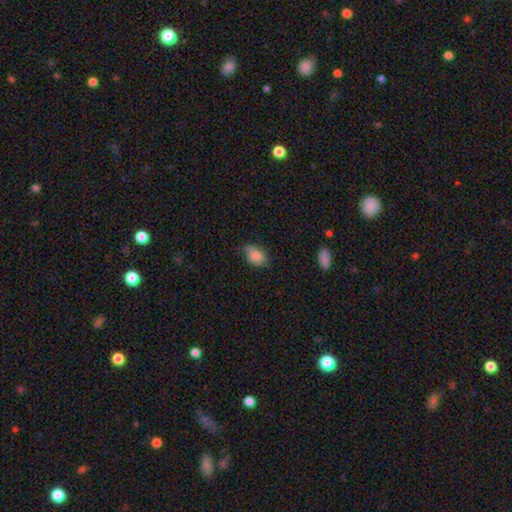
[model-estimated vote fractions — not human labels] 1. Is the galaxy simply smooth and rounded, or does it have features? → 83% smooth, 9% featured or disk, 8% star or artifact.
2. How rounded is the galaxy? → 88% in between, 10% round, 2% cigar-shaped.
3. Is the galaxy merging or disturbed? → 60% none, 32% minor disturbance, 6% major disturbance, 1% merger.